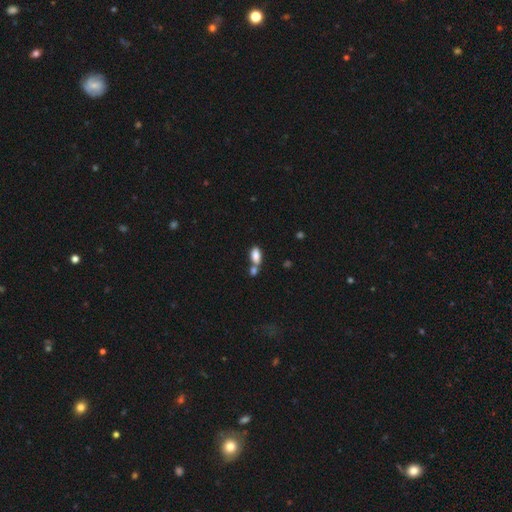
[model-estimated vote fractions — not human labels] Q: Smooth or featured?
A: smooth (83%); runner-up: star or artifact (8%)
Q: How rounded?
A: in between (90%); runner-up: cigar-shaped (6%)
Q: Merging?
A: merger (43%); runner-up: none (42%)